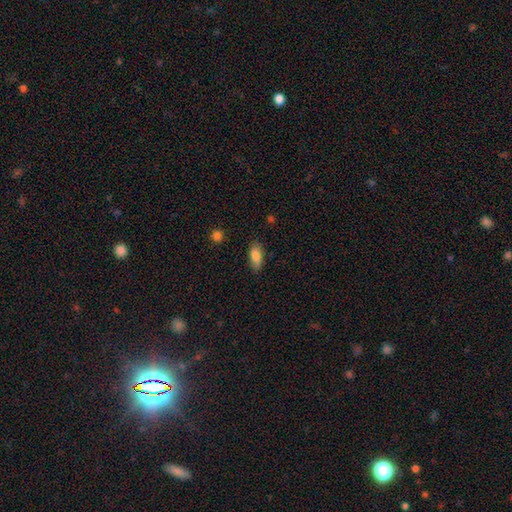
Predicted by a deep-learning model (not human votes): A smooth galaxy with no disk features (83%) that is in between round and cigar-shaped (85%).

Vote fractions:
- Smooth or featured? smooth: 83% / featured or disk: 9% / star or artifact: 8%
- How rounded? in between: 85% / cigar-shaped: 12% / round: 3%
- Merging? none: 76% / minor disturbance: 19% / major disturbance: 3% / merger: 2%